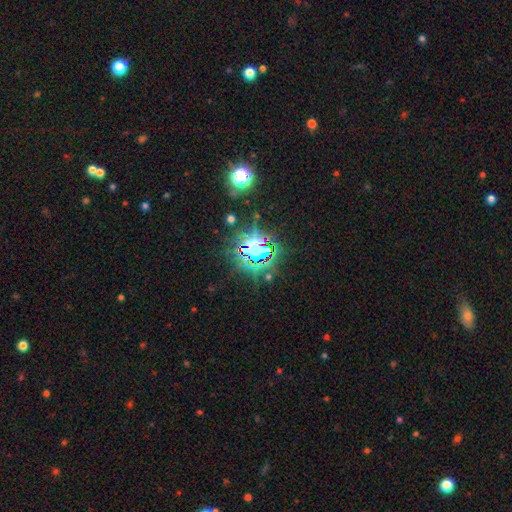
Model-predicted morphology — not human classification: type=star or artifact (74%).